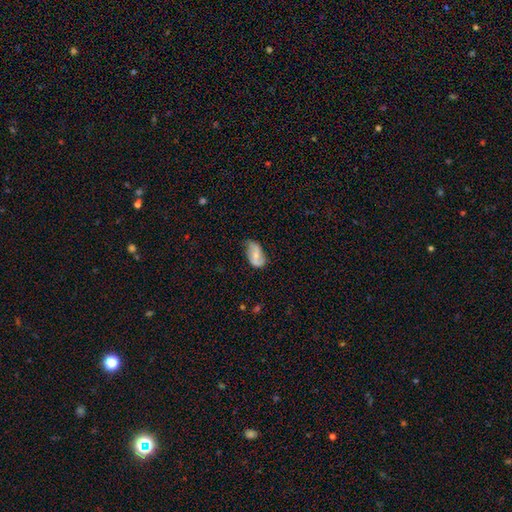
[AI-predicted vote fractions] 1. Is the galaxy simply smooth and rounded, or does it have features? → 47% smooth, 46% featured or disk, 7% star or artifact.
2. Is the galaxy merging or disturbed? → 56% none, 32% minor disturbance, 9% major disturbance, 2% merger.